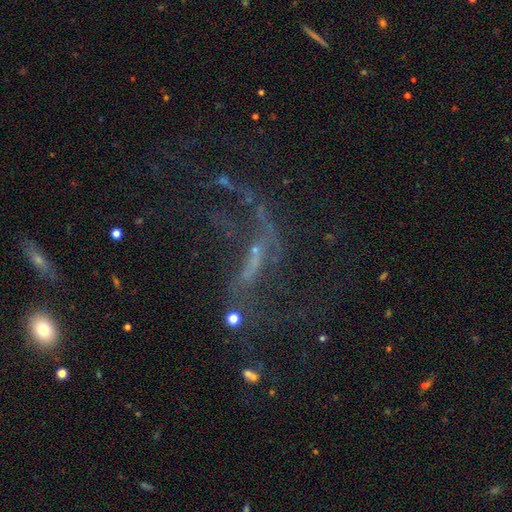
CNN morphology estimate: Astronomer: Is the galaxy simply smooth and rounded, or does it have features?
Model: featured or disk — 70%.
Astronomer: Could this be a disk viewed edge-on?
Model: no — 90%.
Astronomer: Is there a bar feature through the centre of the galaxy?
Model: no — 38% (runner-up: weak, 32%).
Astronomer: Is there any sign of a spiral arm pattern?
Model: yes — 67%.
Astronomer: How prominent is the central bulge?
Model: small — 44% (runner-up: none, 43%).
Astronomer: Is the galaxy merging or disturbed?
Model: none — 40% (runner-up: major disturbance, 38%).